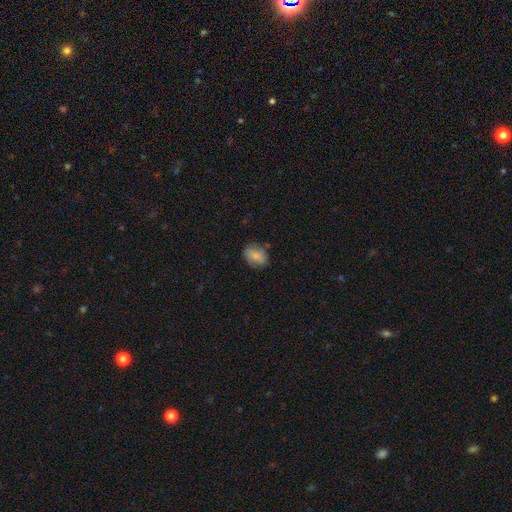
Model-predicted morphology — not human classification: smooth-or-featured: smooth: 81% | featured or disk: 12% | star or artifact: 8%
  how-rounded: in between: 74% | round: 25% | cigar-shaped: 1%
  merging: none: 75% | minor disturbance: 18% | major disturbance: 4% | merger: 3%